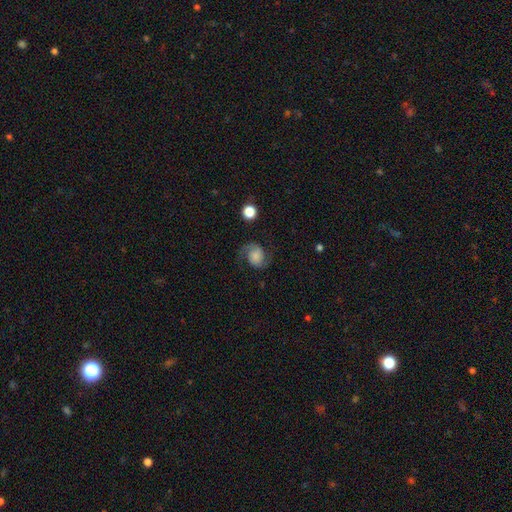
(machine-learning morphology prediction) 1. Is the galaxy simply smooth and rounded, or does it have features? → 70% featured or disk, 21% smooth, 9% star or artifact.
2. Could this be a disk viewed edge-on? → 98% no, 2% yes.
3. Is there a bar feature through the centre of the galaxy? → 72% no, 24% weak, 5% strong.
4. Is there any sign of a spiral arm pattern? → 96% yes, 4% no.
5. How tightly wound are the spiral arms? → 46% medium, 36% loose, 17% tight.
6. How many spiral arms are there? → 92% 2, 2% 1, 2% can't tell, 1% 3, 1% 4, 1% more than 4.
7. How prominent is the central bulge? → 27% small, 26% none, 22% moderate, 17% large, 8% dominant.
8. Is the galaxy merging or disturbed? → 74% none, 15% minor disturbance, 9% major disturbance, 2% merger.